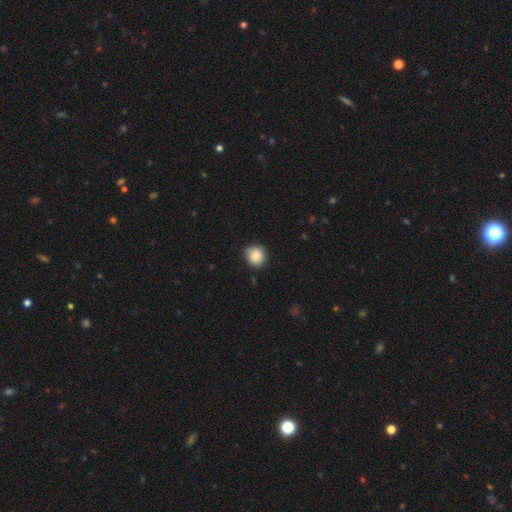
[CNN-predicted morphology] Smooth or featured? Predicted: smooth (p=0.85). How rounded? Predicted: round (p=0.85). Merging? Predicted: none (p=0.73).